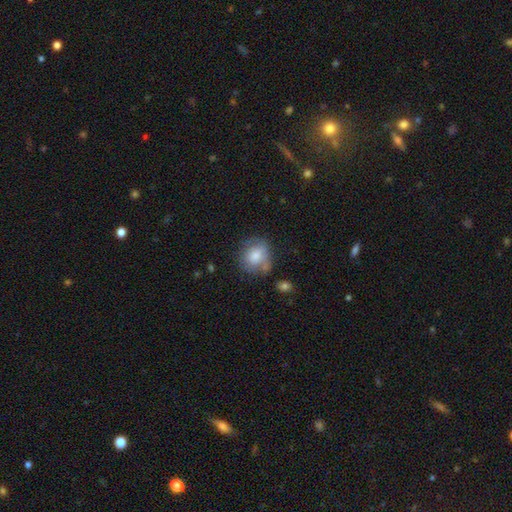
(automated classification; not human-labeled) smooth-or-featured: smooth: 74% | featured or disk: 18% | star or artifact: 8%
  how-rounded: round: 74% | in between: 25% | cigar-shaped: 1%
  merging: none: 60% | minor disturbance: 23% | merger: 10% | major disturbance: 8%